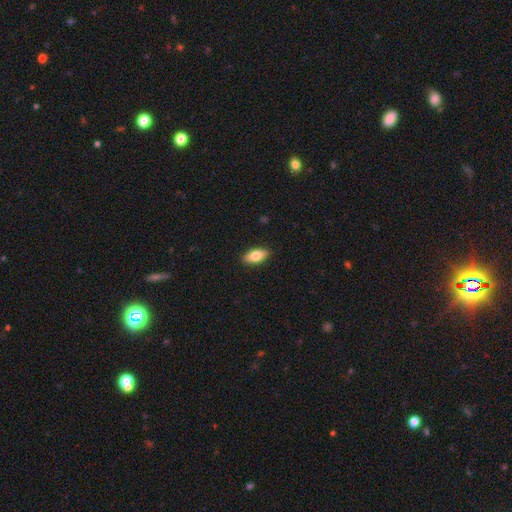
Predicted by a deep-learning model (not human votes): The model was most divided on "smooth or featured": smooth: 80%, featured or disk: 13%, star or artifact: 7%. More confident: merging — none (90%); how rounded — in between (89%).